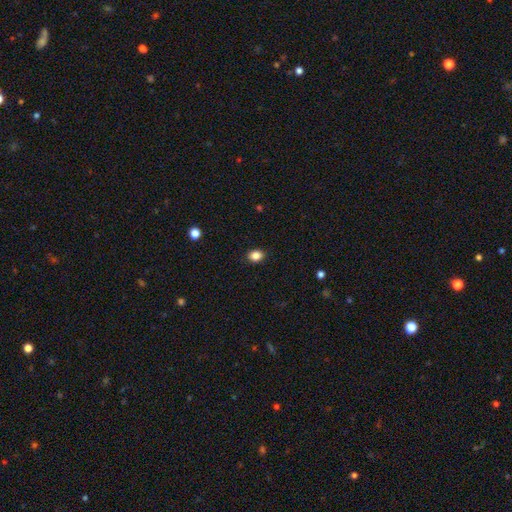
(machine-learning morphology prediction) type=smooth (85%); roundness=in between (55%); merging=none (90%).